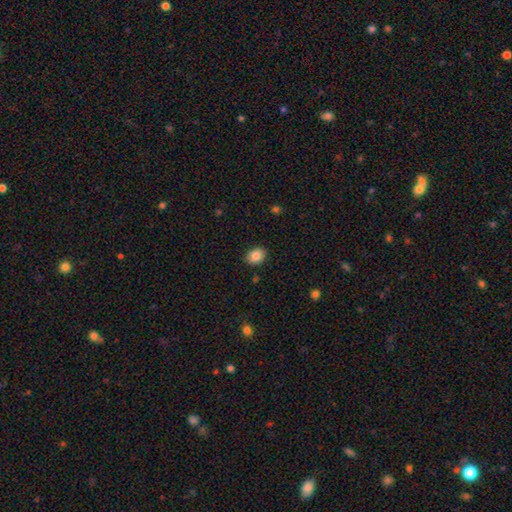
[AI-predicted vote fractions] This is clearly a smooth galaxy (86%). How rounded: likely in between (60%). Merging: clearly none (88%).